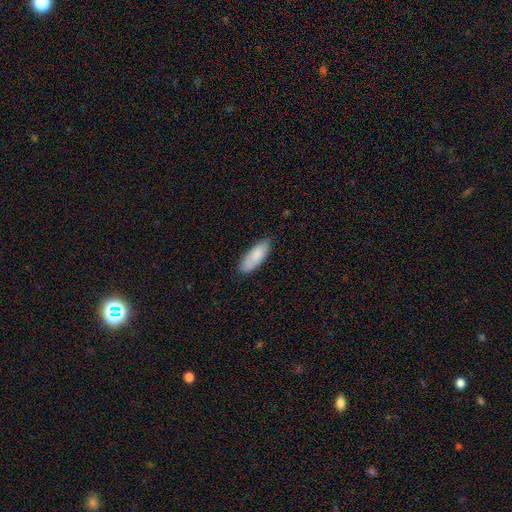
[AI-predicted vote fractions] A smooth galaxy with no disk features (86%) that is in between round and cigar-shaped (76%). Merging: none (79%).